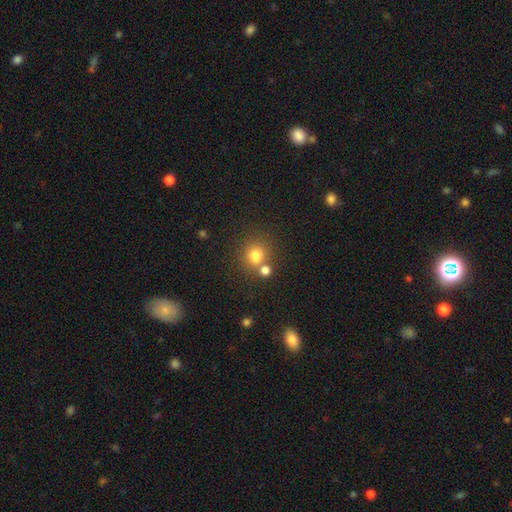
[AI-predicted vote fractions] A smooth galaxy with no disk features (78%) that is round (85%).

Vote fractions:
- Smooth or featured? smooth: 78% / star or artifact: 14% / featured or disk: 7%
- How rounded? round: 85% / in between: 15% / cigar-shaped: 1%
- Merging? none: 63% / merger: 24% / minor disturbance: 9% / major disturbance: 4%